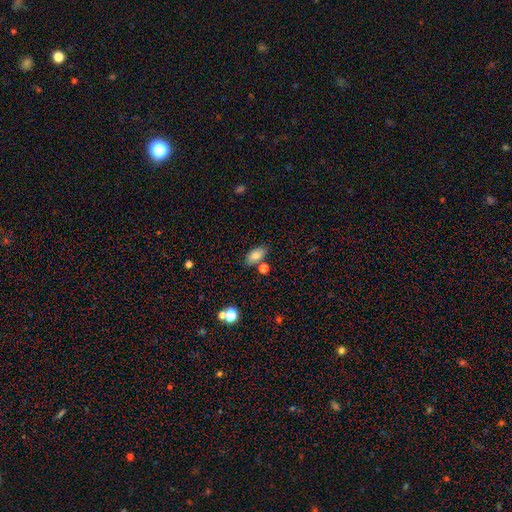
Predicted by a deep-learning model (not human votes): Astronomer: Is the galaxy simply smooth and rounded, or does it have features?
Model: smooth — 80%.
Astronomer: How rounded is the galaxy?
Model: in between — 89%.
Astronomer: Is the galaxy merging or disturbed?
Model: none — 72%.